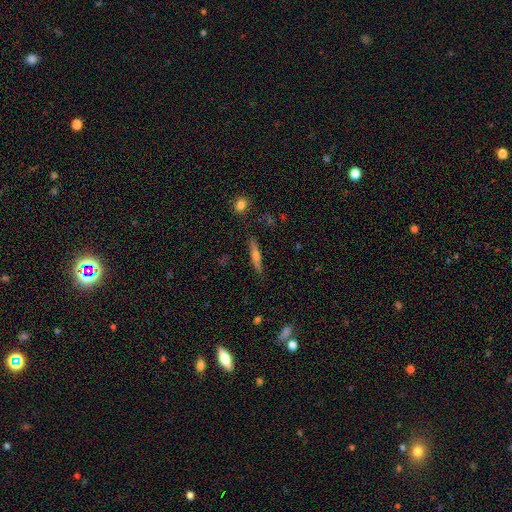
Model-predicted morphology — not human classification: smooth_or_featured: featured or disk (p=0.58) [alt: smooth p=0.34]
disk_edge_on: yes (p=0.95) [alt: no p=0.05]
edge_on_bulge: rounded (p=0.88) [alt: none p=0.07]
merging: none (p=0.85) [alt: minor disturbance p=0.11]